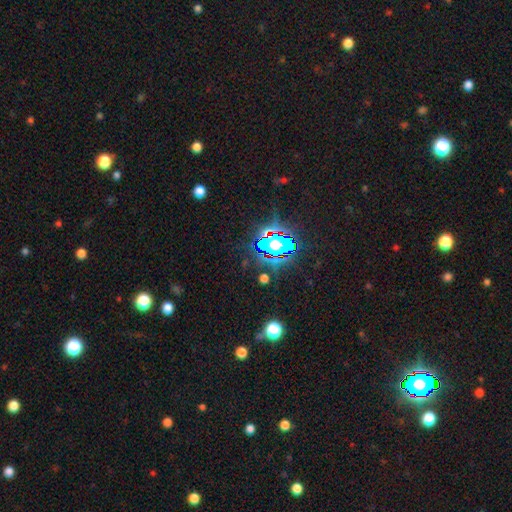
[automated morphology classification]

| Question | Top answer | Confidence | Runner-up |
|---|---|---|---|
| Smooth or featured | star or artifact | 83% | smooth (10%) |